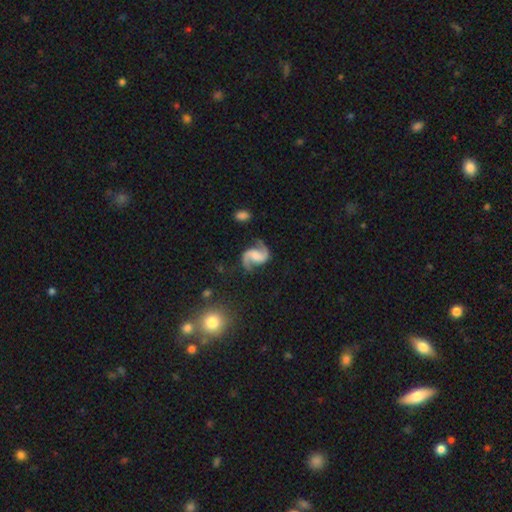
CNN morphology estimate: Overall: featured or disk (90%). Edge-on disk: no (98%). Bar: weak (41%, tied with no). Spiral arms: yes (98%). Spiral arm count: 2 (94%). Spiral winding: loose (48%; medium 43%). Bulge size: none (43%; moderate 22%). Merging: none (78%).